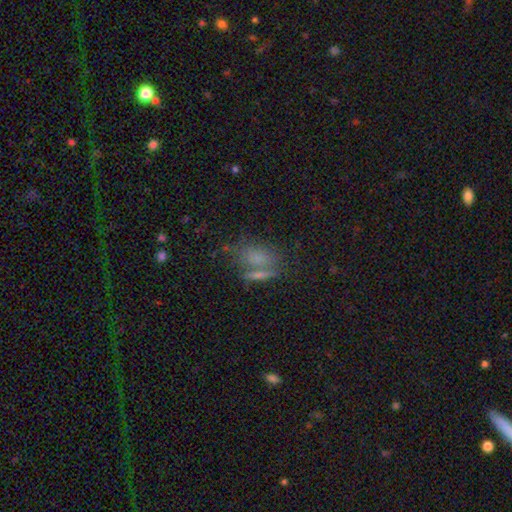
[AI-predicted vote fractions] This appears to be a smooth galaxy with no disk features (67%) that is in between round and cigar-shaped (73%). Merging: none (49%).